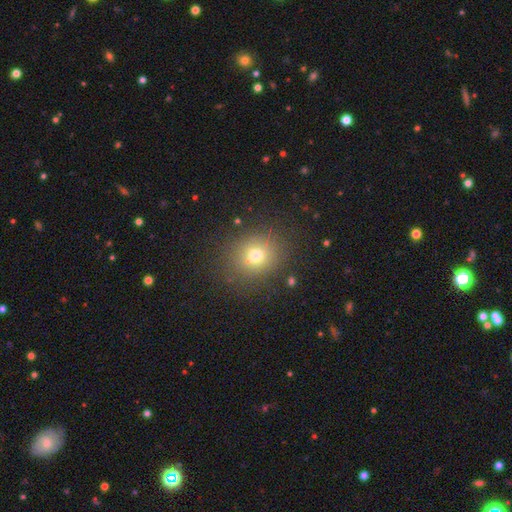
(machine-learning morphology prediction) Smooth or featured? Predicted: smooth (p=0.72). How rounded? Predicted: round (p=0.74). Merging? Predicted: none (p=0.83).